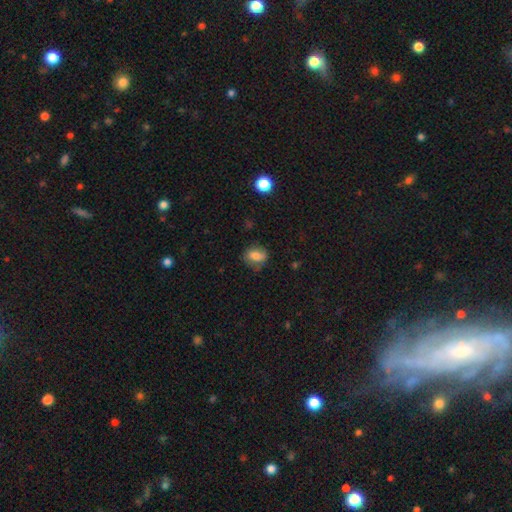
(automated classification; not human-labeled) Overall: smooth (76%). How rounded: in between (69%; round 29%). Merging: none (67%).